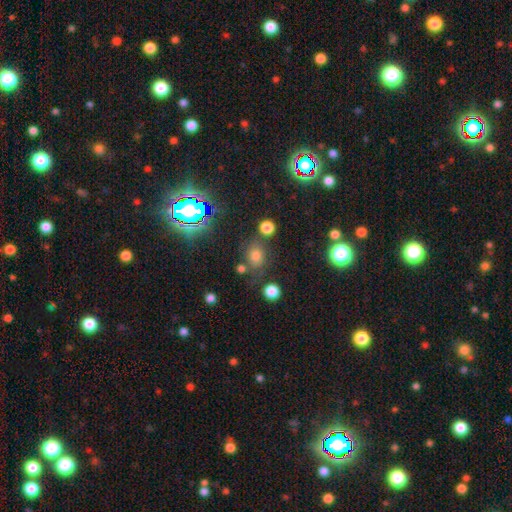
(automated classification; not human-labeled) Morphology: type=smooth (63%); roundness=round (58%); merging=none (72%).